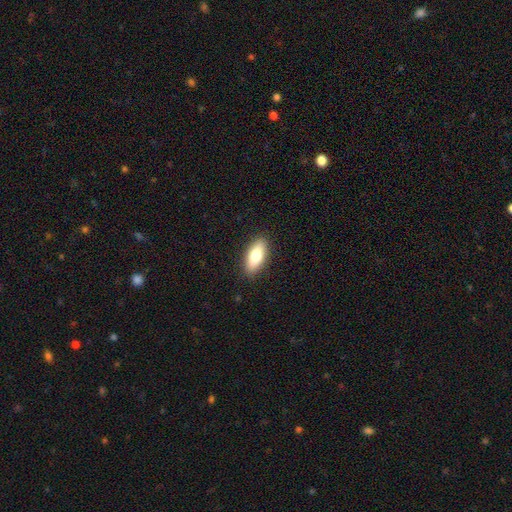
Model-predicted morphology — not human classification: Smooth or featured?
  - smooth: 78% *
  - featured or disk: 16%
  - star or artifact: 6%
How rounded?
  - in between: 81% *
  - cigar-shaped: 16%
  - round: 3%
Merging?
  - none: 89% *
  - minor disturbance: 8%
  - major disturbance: 2%
  - merger: 1%